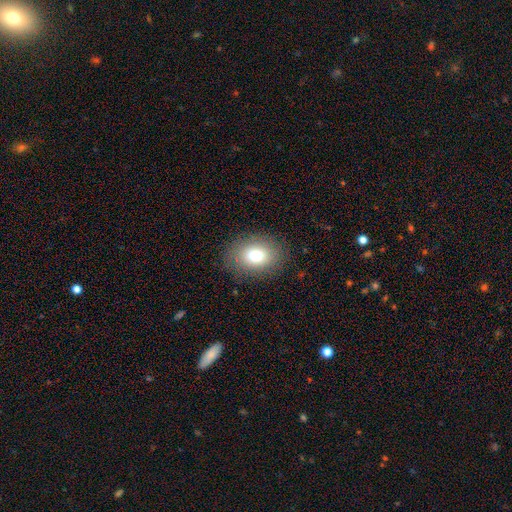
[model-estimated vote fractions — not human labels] Smooth or featured? smooth (77%)
How rounded? in between (68%)
Merging? none (85%)